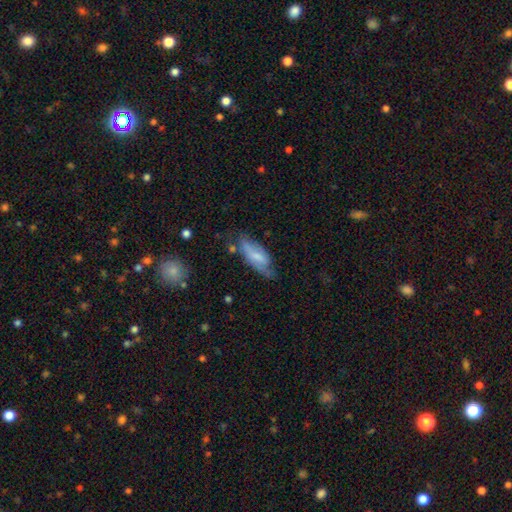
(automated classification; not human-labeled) This is possibly a smooth galaxy (55%). How rounded: likely in between (69%). Merging: possibly none (51%).